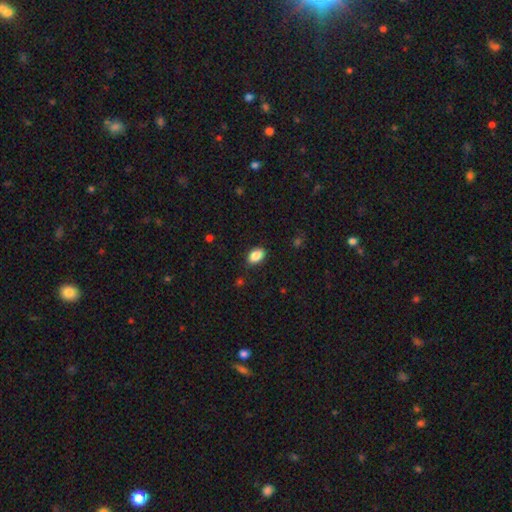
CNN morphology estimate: Q: Smooth or featured?
A: smooth (88%); runner-up: star or artifact (8%)
Q: How rounded?
A: in between (87%); runner-up: round (11%)
Q: Merging?
A: none (84%); runner-up: minor disturbance (12%)